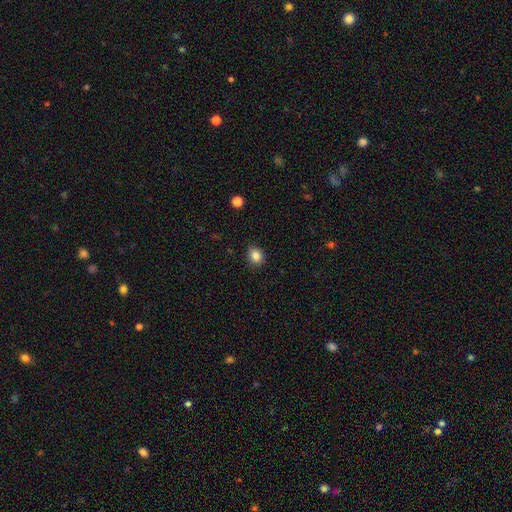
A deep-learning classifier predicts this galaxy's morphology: A smooth galaxy with no disk features (84%) that is round (70%).

Vote fractions:
- Smooth or featured? smooth: 84% / star or artifact: 11% / featured or disk: 5%
- How rounded? round: 70% / in between: 29% / cigar-shaped: 1%
- Merging? none: 87% / minor disturbance: 10% / major disturbance: 2% / merger: 1%